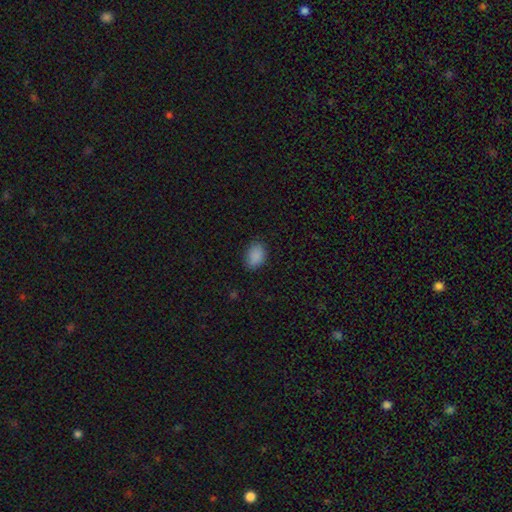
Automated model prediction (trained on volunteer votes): A smooth galaxy with no disk features (88%) that is in between round and cigar-shaped (80%). Merging: none (82%).